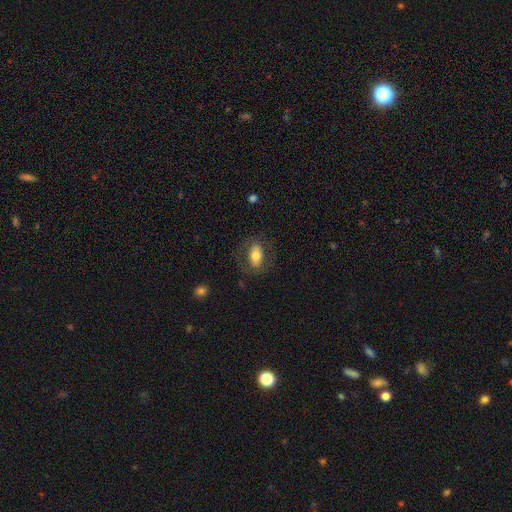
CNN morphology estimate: This appears to be a smooth galaxy with no disk features (67%) that is in between round and cigar-shaped (87%). Merging: none (74%).